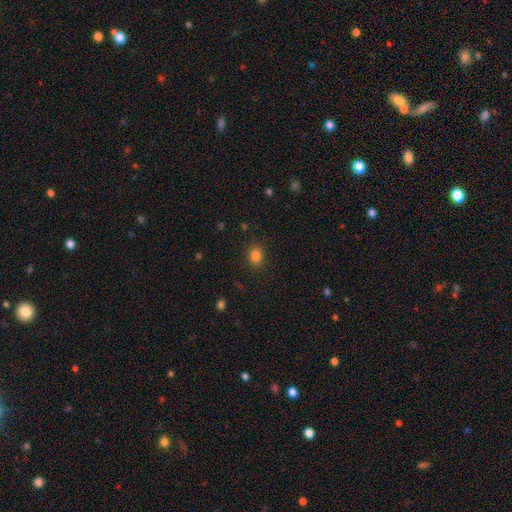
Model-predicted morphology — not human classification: Smooth or featured: smooth — 82% (star or artifact — 13%)
How rounded: round — 55% (in between — 44%)
Merging: none — 87% (minor disturbance — 9%)